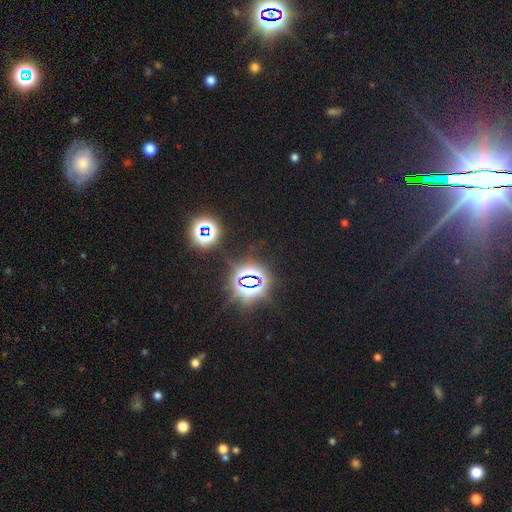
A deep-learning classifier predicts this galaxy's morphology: smooth_or_featured: star or artifact (p=0.76) [alt: smooth p=0.14]